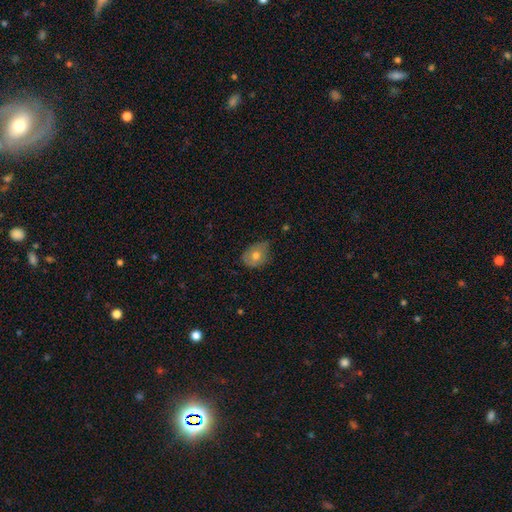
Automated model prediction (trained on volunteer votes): Morphology: type=smooth (63%); roundness=in between (61%); merging=none (58%).